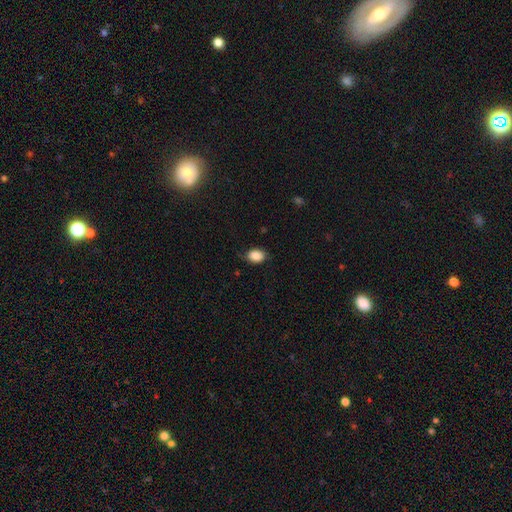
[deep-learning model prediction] A smooth galaxy with no disk features (87%) that is in between round and cigar-shaped (74%). Merging: none (75%).